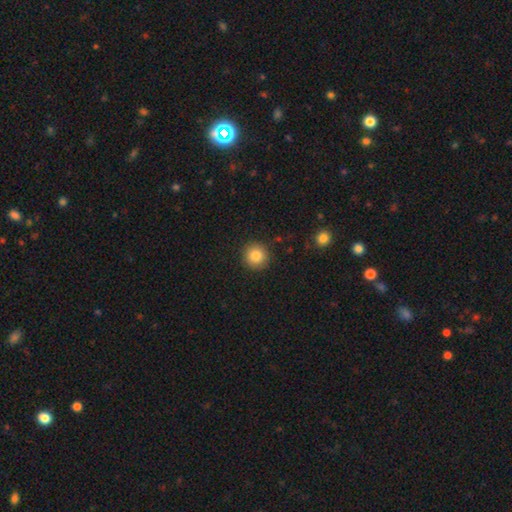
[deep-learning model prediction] Smooth or featured: smooth — 84% (star or artifact — 10%)
How rounded: round — 94% (in between — 5%)
Merging: none — 91% (minor disturbance — 6%)